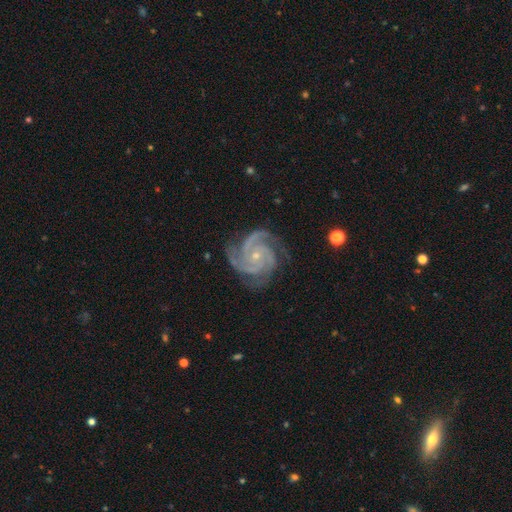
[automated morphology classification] A featured or disk galaxy (94%) with no bar (74%), 3 (68%) tight (65%) spiral arms (99%) and a small central bulge (79%).

Vote fractions:
- Smooth or featured? featured or disk: 94% / star or artifact: 4% / smooth: 2%
- Edge-on disk? no: 98% / yes: 2%
- Bar? no: 74% / weak: 18% / strong: 7%
- Spiral arms? yes: 99% / no: 1%
- Spiral winding? tight: 65% / medium: 33% / loose: 3%
- Spiral arm count? 3: 68% / 4: 15% / 2: 8% / can't tell: 4% / more than 4: 3% / 1: 3%
- Bulge size? small: 79% / moderate: 17% / none: 2% / large: 1% / dominant: 1%
- Merging? none: 78% / minor disturbance: 16% / major disturbance: 4% / merger: 1%